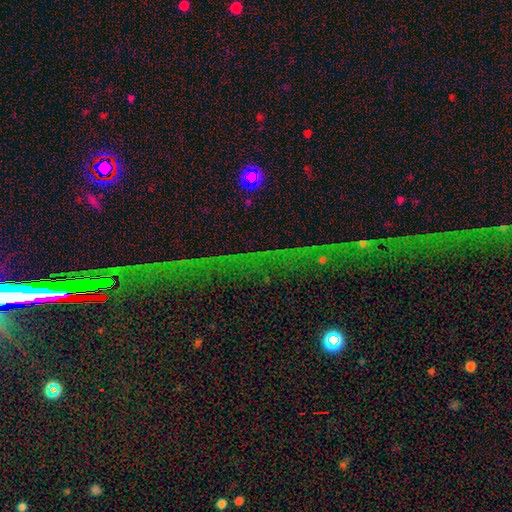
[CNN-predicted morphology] This appears to be a star or artifact, not a galaxy (80%).